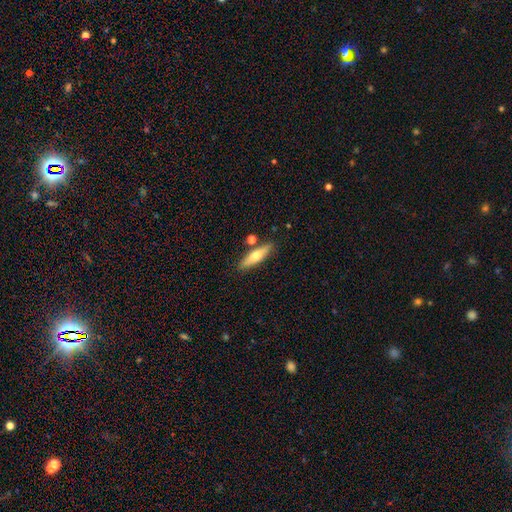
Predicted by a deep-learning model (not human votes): Smooth or featured?
  - smooth: 58% *
  - featured or disk: 35%
  - star or artifact: 6%
How rounded?
  - cigar-shaped: 68% *
  - in between: 30%
  - round: 2%
Merging?
  - none: 80% *
  - minor disturbance: 10%
  - merger: 7%
  - major disturbance: 2%